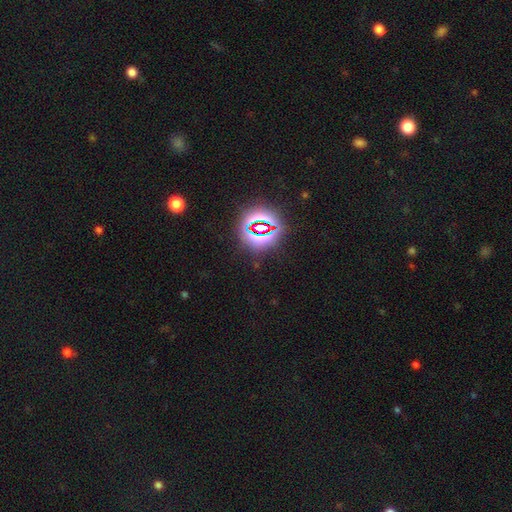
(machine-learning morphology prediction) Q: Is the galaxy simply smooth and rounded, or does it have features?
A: star or artifact — 81%.